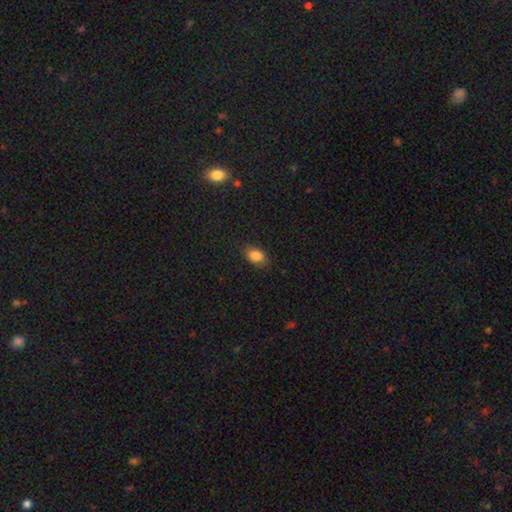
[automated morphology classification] A smooth galaxy with no disk features (84%) that is in between round and cigar-shaped (83%).

Vote fractions:
- Smooth or featured? smooth: 84% / star or artifact: 9% / featured or disk: 7%
- How rounded? in between: 83% / round: 15% / cigar-shaped: 2%
- Merging? none: 83% / minor disturbance: 14% / major disturbance: 3% / merger: 1%